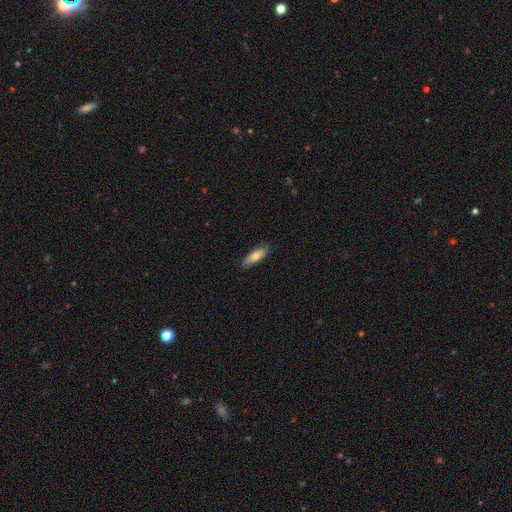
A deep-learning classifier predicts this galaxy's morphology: smooth 71%, featured or disk 23%, star or artifact 6%. Down the decision tree: how rounded — in between (60%); merging — none (81%).